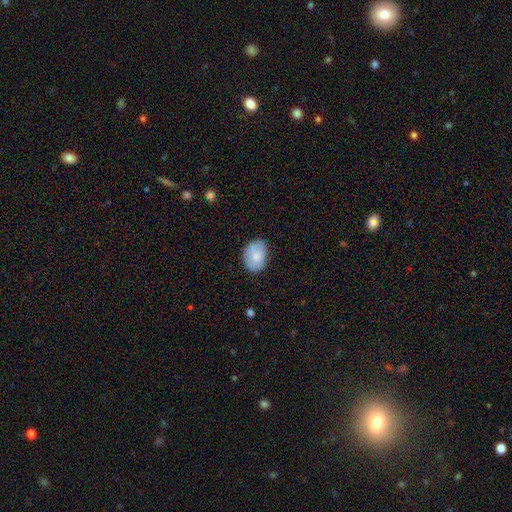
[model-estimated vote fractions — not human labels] smooth_or_featured: smooth (p=0.79) [alt: featured or disk p=0.15]
how_rounded: in between (p=0.74) [alt: round p=0.25]
merging: none (p=0.78) [alt: minor disturbance p=0.18]